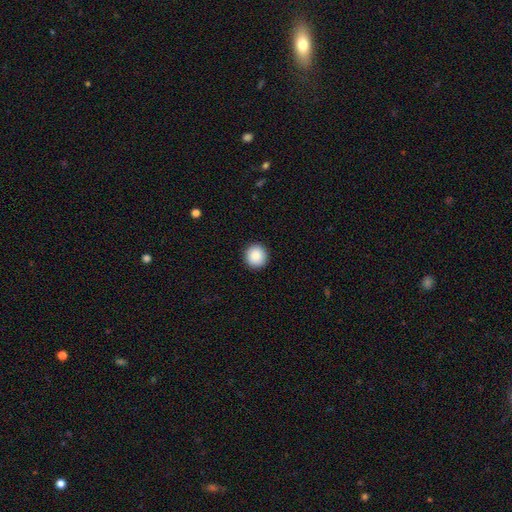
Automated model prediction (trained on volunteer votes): smooth 87%, star or artifact 8%, featured or disk 5%. Down the decision tree: how rounded — round (94%); merging — none (93%).